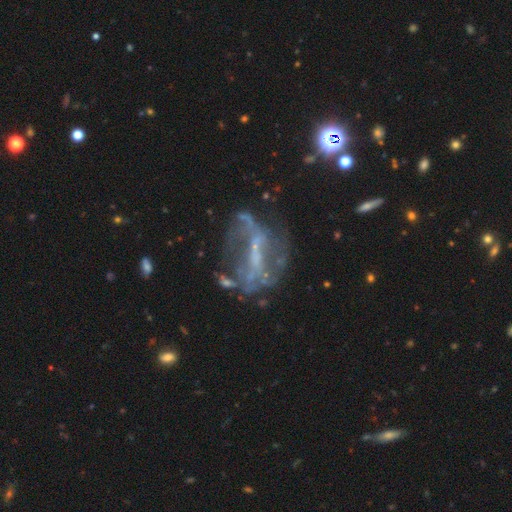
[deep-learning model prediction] A featured or disk galaxy (72%) with a strong bar (38%), no spiral arms (51%) and no central bulge (47%). Merging: none (47%).